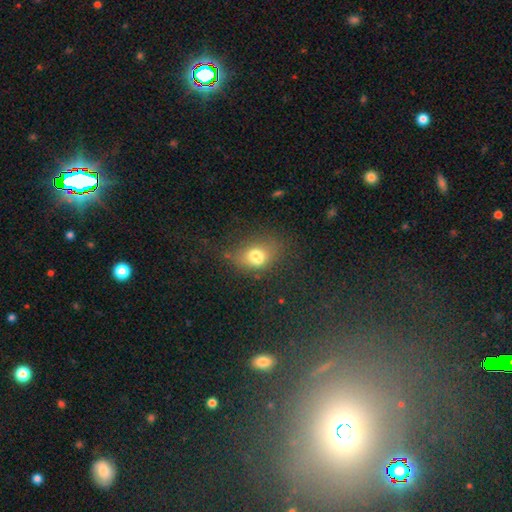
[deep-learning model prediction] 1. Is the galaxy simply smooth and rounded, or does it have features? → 71% smooth, 16% featured or disk, 13% star or artifact.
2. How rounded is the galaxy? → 68% in between, 30% round, 2% cigar-shaped.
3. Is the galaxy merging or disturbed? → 46% none, 26% minor disturbance, 17% major disturbance, 11% merger.